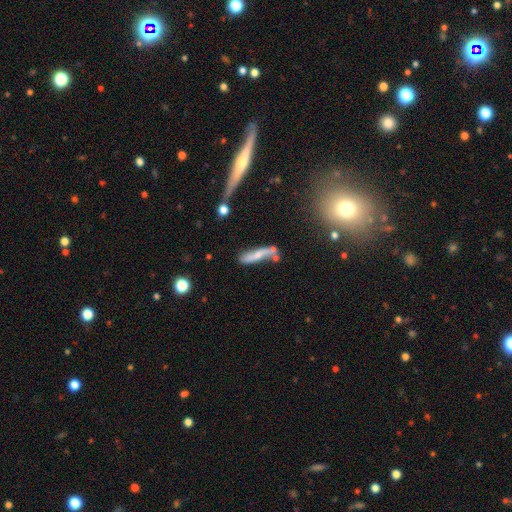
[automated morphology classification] smooth 50%, featured or disk 42%, star or artifact 8%. Down the decision tree: how rounded — cigar-shaped (81%); merging — none (45%).